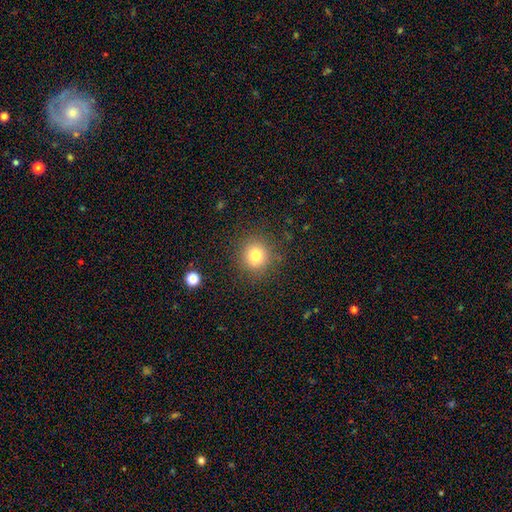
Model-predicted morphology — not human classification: A smooth galaxy with no disk features (78%) that is round (92%).

Vote fractions:
- Smooth or featured? smooth: 78% / star or artifact: 14% / featured or disk: 8%
- How rounded? round: 92% / in between: 7% / cigar-shaped: 1%
- Merging? none: 88% / minor disturbance: 7% / major disturbance: 3% / merger: 1%